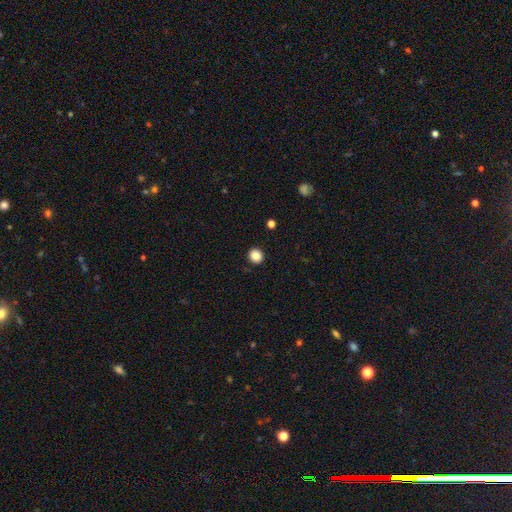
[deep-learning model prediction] This appears to be a smooth galaxy with no disk features (87%) that is round (90%). Merging: none (92%).